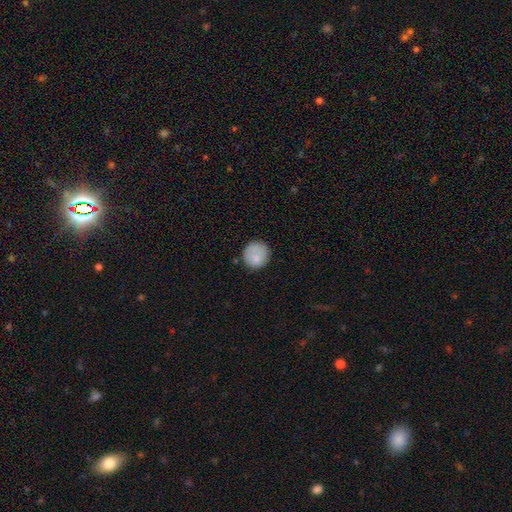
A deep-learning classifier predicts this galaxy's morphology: smooth-or-featured: smooth: 82% | featured or disk: 10% | star or artifact: 8%
  how-rounded: round: 91% | in between: 8% | cigar-shaped: 1%
  merging: none: 79% | minor disturbance: 15% | major disturbance: 4% | merger: 2%